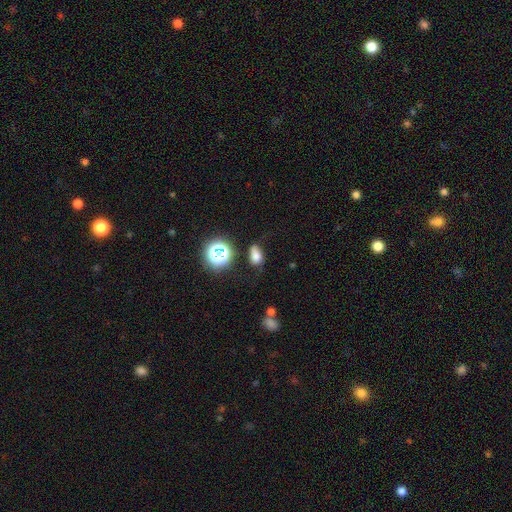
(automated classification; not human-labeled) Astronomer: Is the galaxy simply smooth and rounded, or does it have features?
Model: smooth — 70%.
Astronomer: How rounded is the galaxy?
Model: in between — 78%.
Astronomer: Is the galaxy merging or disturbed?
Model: none — 54% (runner-up: minor disturbance, 30%).